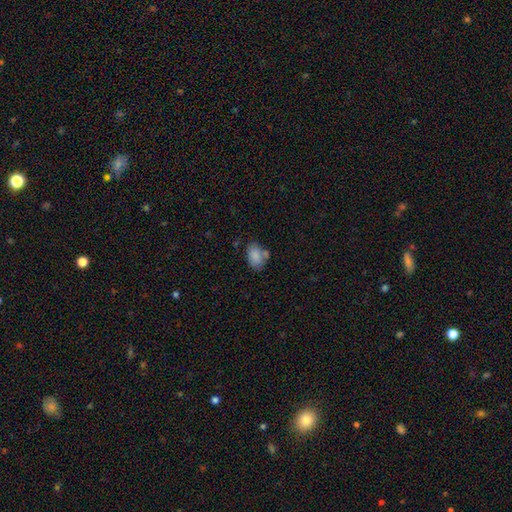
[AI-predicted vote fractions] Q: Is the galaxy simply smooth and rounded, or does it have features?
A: smooth — 83%.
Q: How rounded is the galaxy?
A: in between — 85%.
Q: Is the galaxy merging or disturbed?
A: none — 55%.